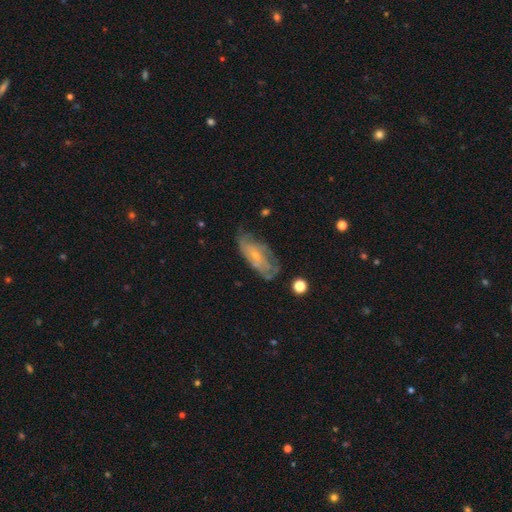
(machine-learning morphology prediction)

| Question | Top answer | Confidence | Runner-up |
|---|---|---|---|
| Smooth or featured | featured or disk | 64% | smooth (28%) |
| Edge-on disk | no | 89% | yes (11%) |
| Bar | no | 73% | weak (22%) |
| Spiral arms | yes | 75% | no (25%) |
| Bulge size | small | 75% | moderate (20%) |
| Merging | none | 56% | minor disturbance (28%) |